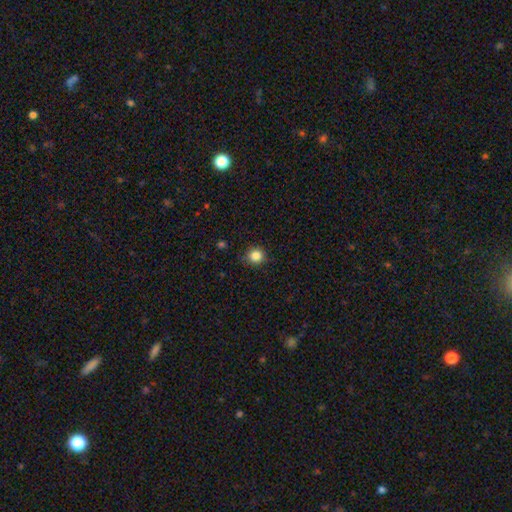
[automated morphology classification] smooth_or_featured: smooth (p=0.84) [alt: star or artifact p=0.11]
how_rounded: round (p=0.90) [alt: in between p=0.09]
merging: none (p=0.84) [alt: minor disturbance p=0.12]